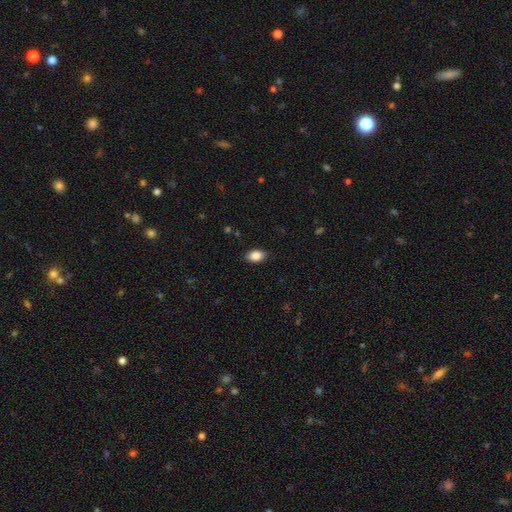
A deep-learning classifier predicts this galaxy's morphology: smooth_or_featured: smooth (p=0.87) [alt: star or artifact p=0.08]
how_rounded: in between (p=0.90) [alt: round p=0.08]
merging: none (p=0.87) [alt: minor disturbance p=0.10]